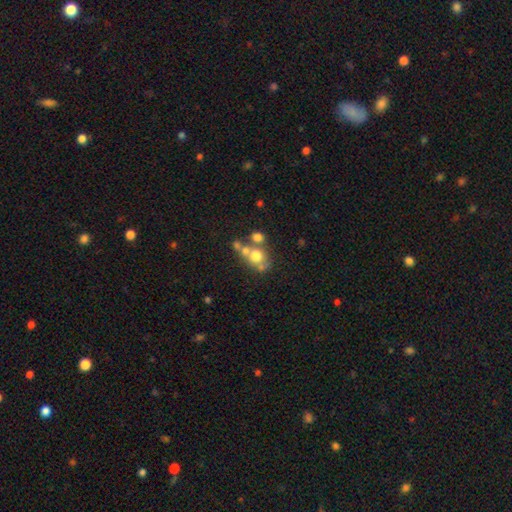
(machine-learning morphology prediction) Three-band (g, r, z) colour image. It shows a smooth galaxy with no disk features (58%) that is round (69%). Merging: merger (42%).